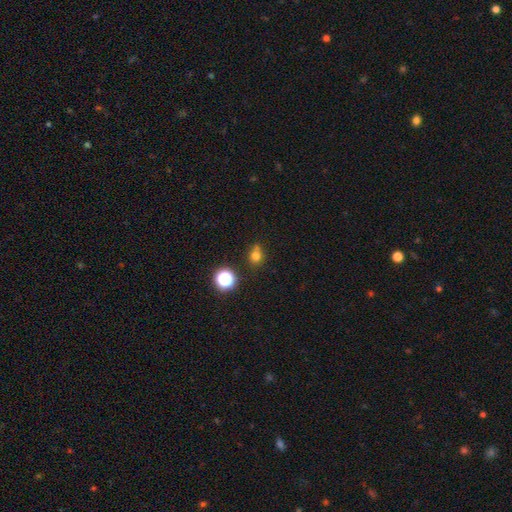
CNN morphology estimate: Q: Smooth or featured?
A: smooth (74%); runner-up: star or artifact (19%)
Q: How rounded?
A: round (76%); runner-up: in between (23%)
Q: Merging?
A: none (63%); runner-up: minor disturbance (19%)